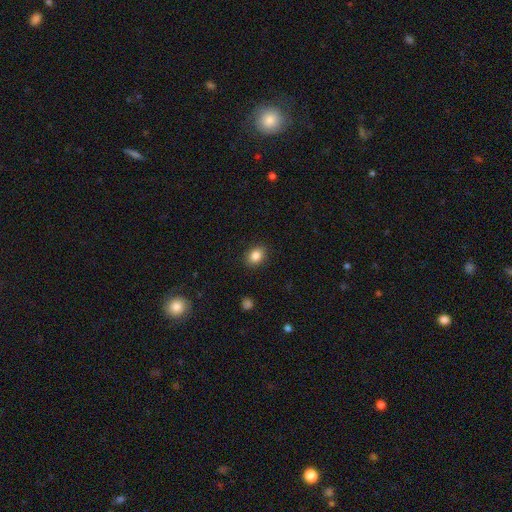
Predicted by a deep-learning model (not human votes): Smooth or featured: smooth — 86% (star or artifact — 9%)
How rounded: in between — 60% (round — 39%)
Merging: none — 89% (minor disturbance — 8%)